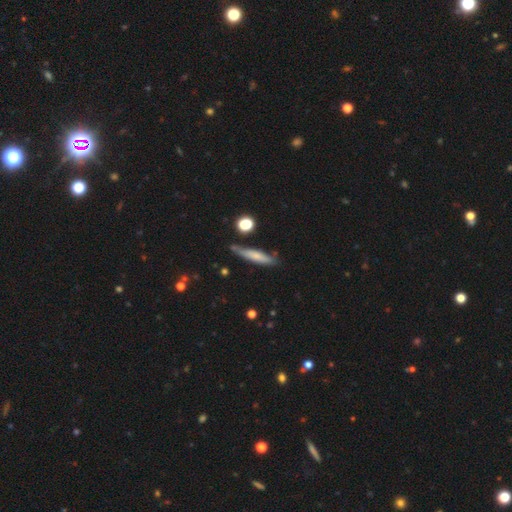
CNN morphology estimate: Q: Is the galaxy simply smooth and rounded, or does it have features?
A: smooth — 64%.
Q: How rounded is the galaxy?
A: cigar-shaped — 86%.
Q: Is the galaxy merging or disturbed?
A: none — 70%.